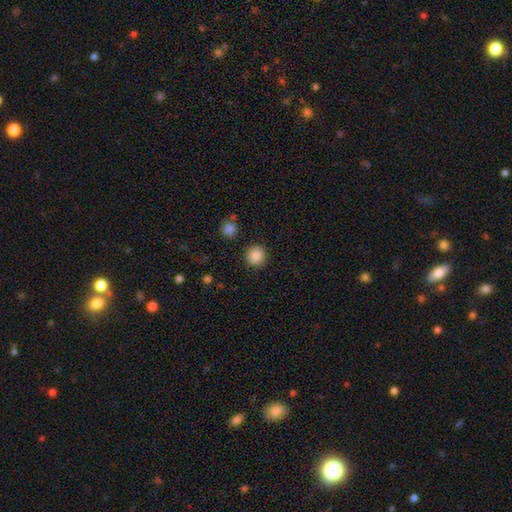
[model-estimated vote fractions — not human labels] Smooth or featured? Predicted: smooth (p=0.87). How rounded? Predicted: round (p=0.94). Merging? Predicted: none (p=0.91).